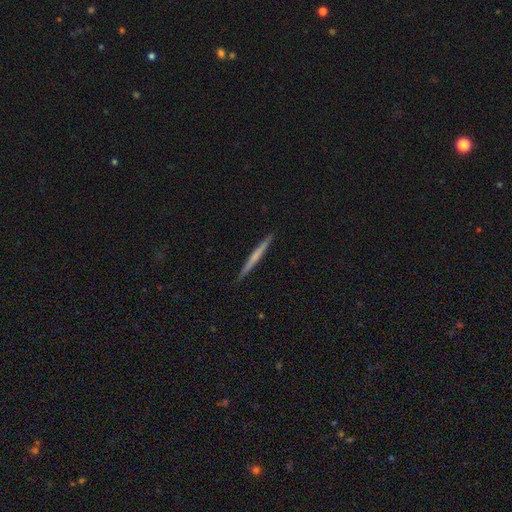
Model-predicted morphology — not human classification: Smooth or featured? Predicted: smooth (p=0.48). Merging? Predicted: none (p=0.92).